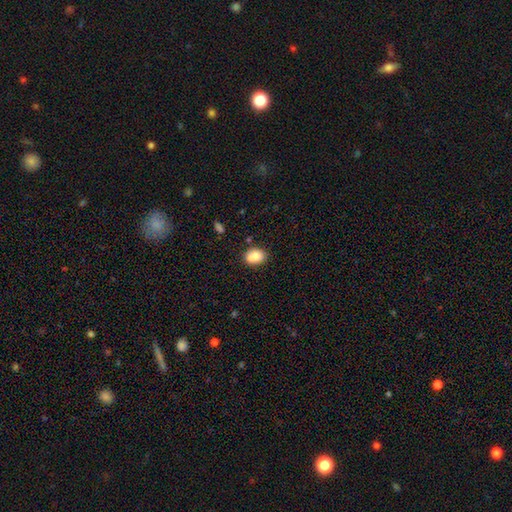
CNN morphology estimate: Smooth or featured? smooth (77%)
How rounded? in between (56%)
Merging? none (52%)